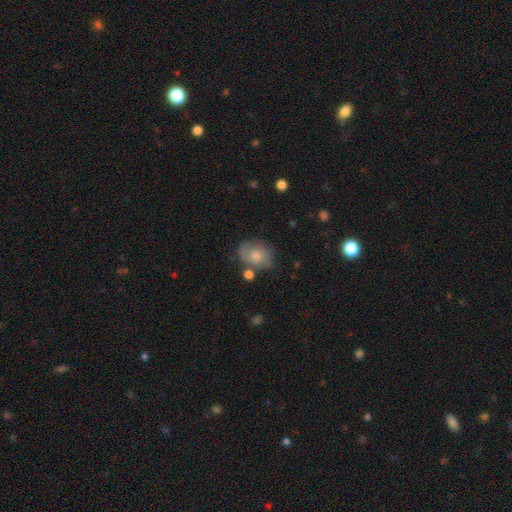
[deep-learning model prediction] smooth-or-featured: smooth: 63% | featured or disk: 29% | star or artifact: 8%
  how-rounded: in between: 55% | round: 44% | cigar-shaped: 1%
  merging: none: 62% | minor disturbance: 22% | merger: 9% | major disturbance: 8%